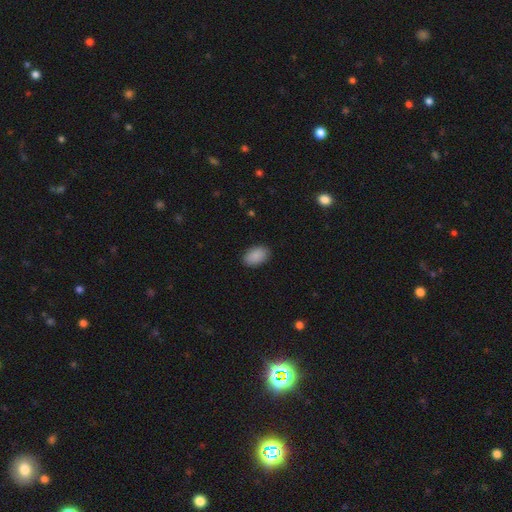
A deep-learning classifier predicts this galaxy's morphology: A smooth galaxy with no disk features (89%) that is in between round and cigar-shaped (92%).

Vote fractions:
- Smooth or featured? smooth: 89% / star or artifact: 7% / featured or disk: 4%
- How rounded? in between: 92% / round: 7% / cigar-shaped: 1%
- Merging? none: 89% / minor disturbance: 8% / major disturbance: 2% / merger: 1%